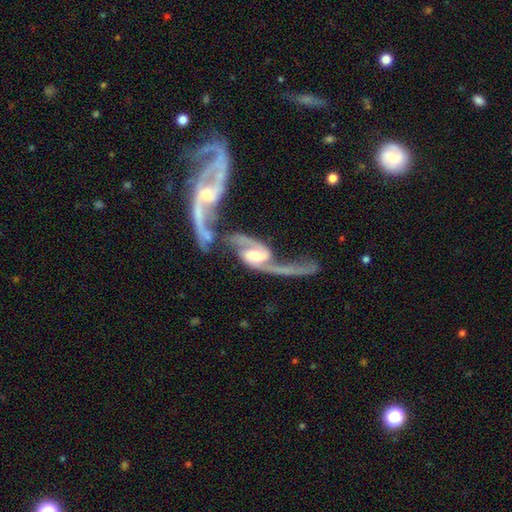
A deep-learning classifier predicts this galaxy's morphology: smooth_or_featured: featured or disk (p=0.90) [alt: smooth p=0.05]
disk_edge_on: no (p=0.94) [alt: yes p=0.06]
bar: weak (p=0.46) [alt: no p=0.30]
has_spiral_arms: yes (p=0.96) [alt: no p=0.04]
spiral_winding: loose (p=0.69) [alt: medium p=0.24]
spiral_arm_count: 2 (p=0.90) [alt: 1 p=0.03]
bulge_size: moderate (p=0.60) [alt: small p=0.22]
merging: merger (p=0.51) [alt: none p=0.22]